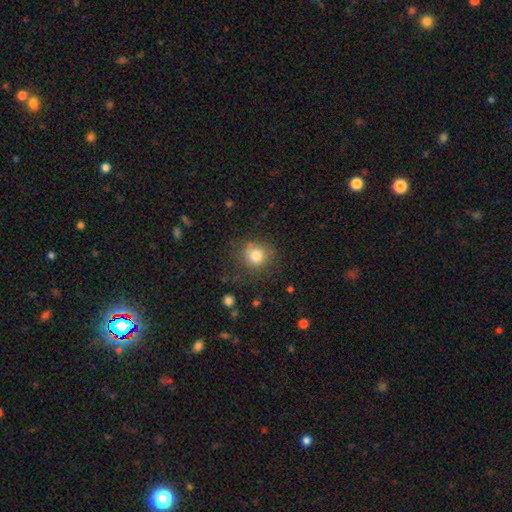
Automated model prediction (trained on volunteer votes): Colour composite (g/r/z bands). It shows a smooth galaxy with no disk features (80%) that is round (88%). Merging: none (74%).